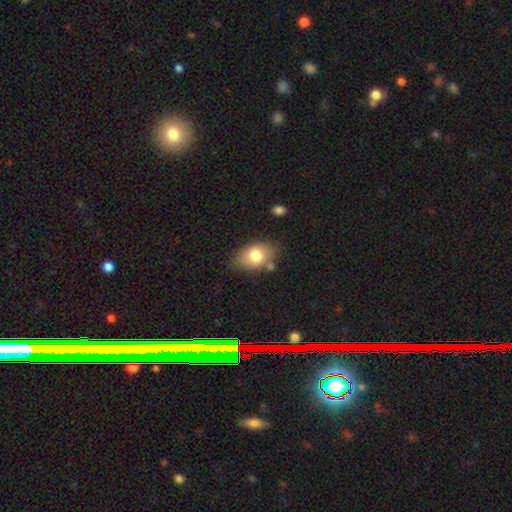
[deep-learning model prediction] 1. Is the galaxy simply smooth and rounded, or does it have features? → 78% smooth, 14% featured or disk, 8% star or artifact.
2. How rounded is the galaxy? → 86% in between, 13% round, 1% cigar-shaped.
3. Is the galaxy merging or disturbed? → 71% none, 18% minor disturbance, 6% merger, 5% major disturbance.